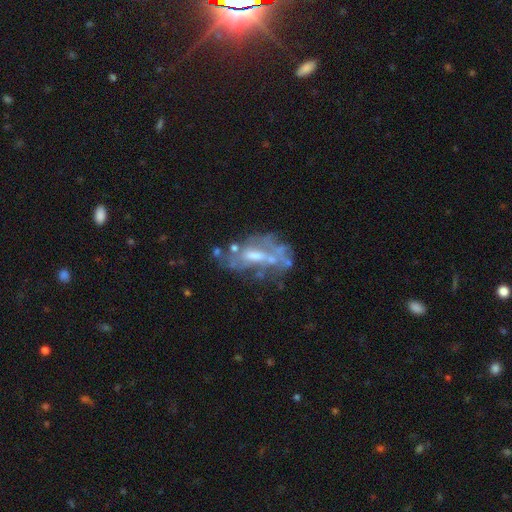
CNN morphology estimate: A featured or disk galaxy (70%) with no bar (48%), no spiral arms (73%) and a moderate central bulge (46%). Merging: none (43%).